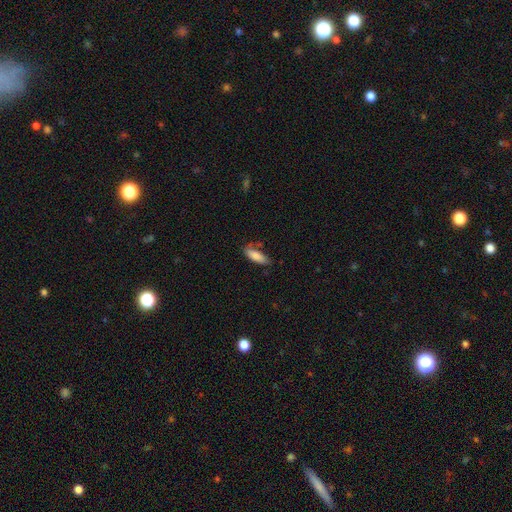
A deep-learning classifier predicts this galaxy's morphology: Smooth or featured?
  - smooth: 82% *
  - featured or disk: 11%
  - star or artifact: 7%
How rounded?
  - in between: 62% *
  - cigar-shaped: 37%
  - round: 2%
Merging?
  - none: 63% *
  - minor disturbance: 26%
  - major disturbance: 7%
  - merger: 5%